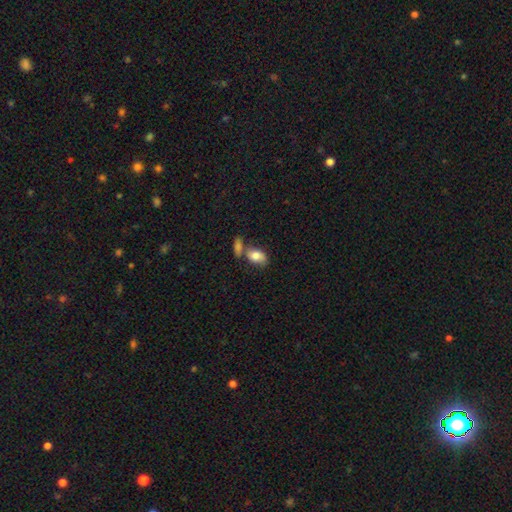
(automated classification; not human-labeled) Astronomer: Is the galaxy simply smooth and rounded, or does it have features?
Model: smooth — 82%.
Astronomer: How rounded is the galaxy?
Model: in between — 88%.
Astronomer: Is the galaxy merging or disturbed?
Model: none — 40% (runner-up: merger, 39%).